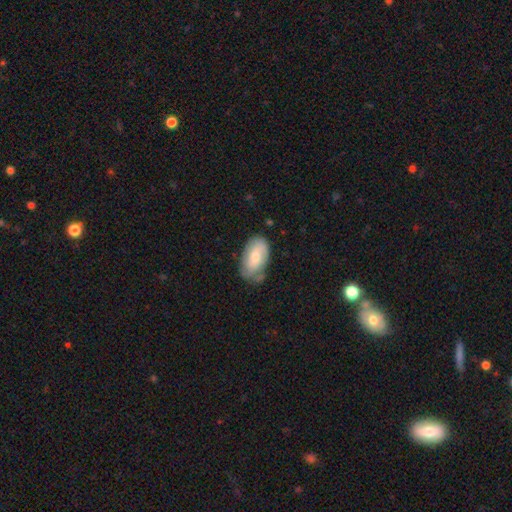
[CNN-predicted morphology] type=smooth (67%); roundness=in between (94%); merging=none (60%).